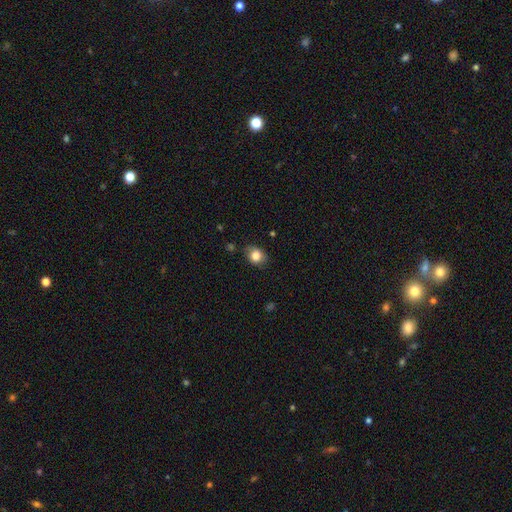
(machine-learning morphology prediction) A smooth galaxy with no disk features (83%) that is in between round and cigar-shaped (55%).

Vote fractions:
- Smooth or featured? smooth: 83% / star or artifact: 9% / featured or disk: 8%
- How rounded? in between: 55% / round: 43% / cigar-shaped: 1%
- Merging? none: 75% / minor disturbance: 19% / major disturbance: 4% / merger: 2%